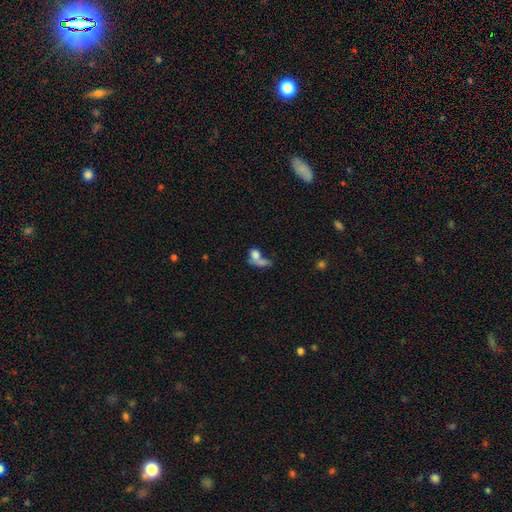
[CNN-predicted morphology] Overall: smooth (67%). How rounded: in between (62%; round 32%). Merging: merger (48%; none 21%).